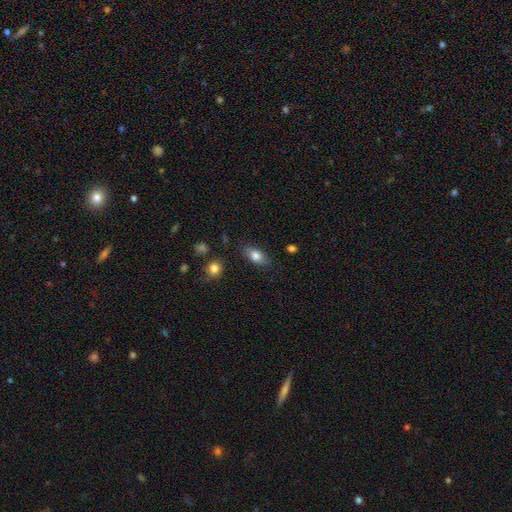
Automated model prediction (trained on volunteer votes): smooth 80%, featured or disk 12%, star or artifact 8%. Down the decision tree: how rounded — in between (89%); merging — none (82%).